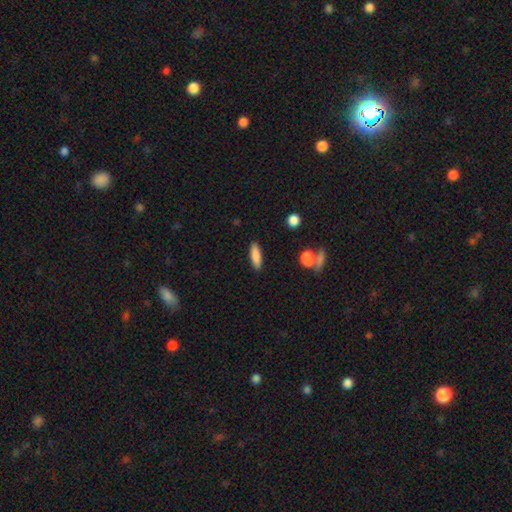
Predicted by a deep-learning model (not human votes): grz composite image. It shows a smooth galaxy with no disk features (83%) that is cigar-shaped (57%). Merging: none (88%).